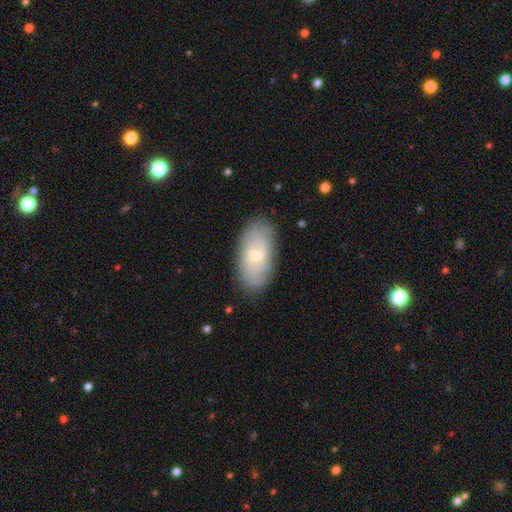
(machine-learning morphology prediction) Smooth or featured: featured or disk — 56% (smooth — 37%)
Edge-on disk: no — 90% (yes — 10%)
Bar: no — 51% (weak — 41%)
Spiral arms: yes — 71% (no — 29%)
Bulge size: small — 57% (moderate — 39%)
Merging: none — 83% (minor disturbance — 12%)